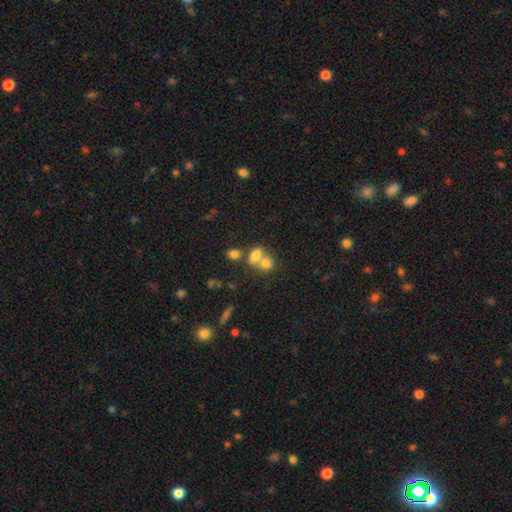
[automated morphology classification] Q: Smooth or featured?
A: smooth (72%); runner-up: featured or disk (16%)
Q: How rounded?
A: in between (61%); runner-up: round (37%)
Q: Merging?
A: merger (64%); runner-up: none (24%)